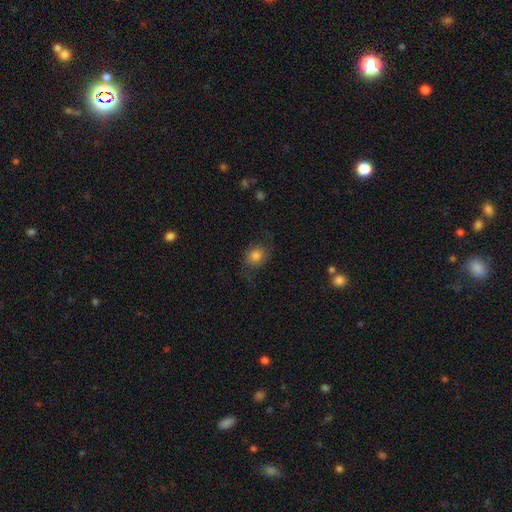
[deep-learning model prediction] Smooth or featured? Predicted: smooth (p=0.66). How rounded? Predicted: round (p=0.61). Merging? Predicted: none (p=0.62).